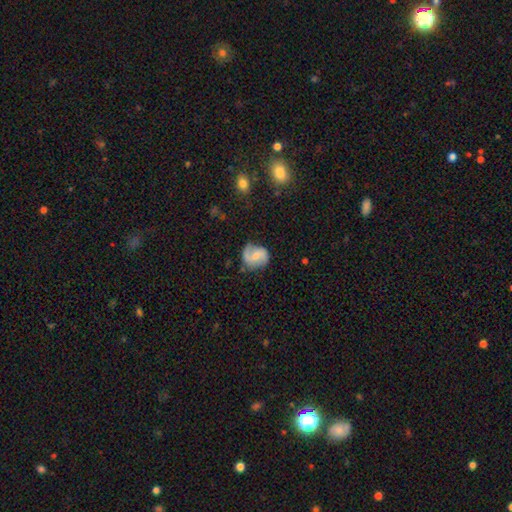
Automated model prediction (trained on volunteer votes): Smooth or featured: featured or disk — 60% (smooth — 33%)
Edge-on disk: no — 97% (yes — 3%)
Bar: weak — 45% (no — 41%)
Spiral arms: yes — 87% (no — 13%)
Spiral winding: medium — 44% (loose — 34%)
Spiral arm count: 2 — 80% (1 — 9%)
Bulge size: moderate — 46% (small — 44%)
Merging: none — 66% (minor disturbance — 24%)